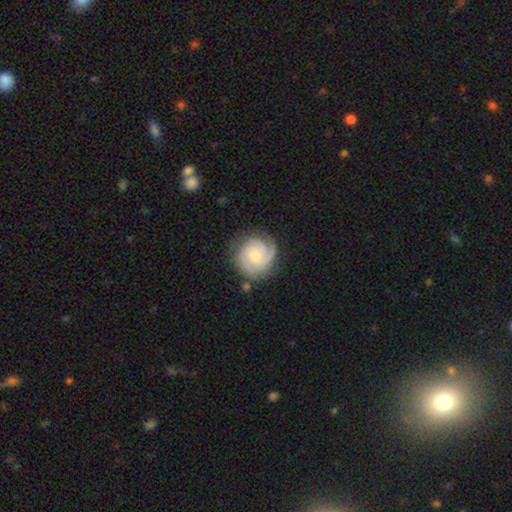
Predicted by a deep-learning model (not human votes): This is clearly a featured or disk galaxy (83%). It is clearly not viewed edge-on (98%). Bar: likely no (68%). Spiral arm pattern: clearly yes (97%). Spiral arm count: marginally 3 (45%). Spiral winding: likely tight (70%). Central bulge: possibly small (50%). Merging: likely none (79%).